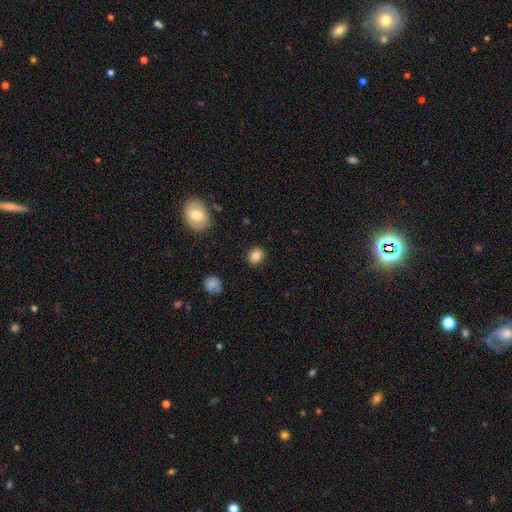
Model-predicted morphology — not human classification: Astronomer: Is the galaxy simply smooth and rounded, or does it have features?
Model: smooth — 83%.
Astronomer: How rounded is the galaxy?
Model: round — 64%.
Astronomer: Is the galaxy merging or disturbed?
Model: none — 89%.